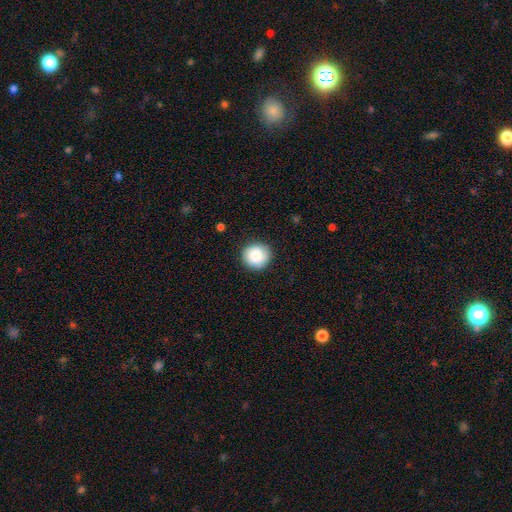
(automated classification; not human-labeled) smooth-or-featured: smooth: 82% | featured or disk: 10% | star or artifact: 8%
  how-rounded: round: 92% | in between: 7% | cigar-shaped: 1%
  merging: none: 86% | minor disturbance: 10% | major disturbance: 2% | merger: 1%